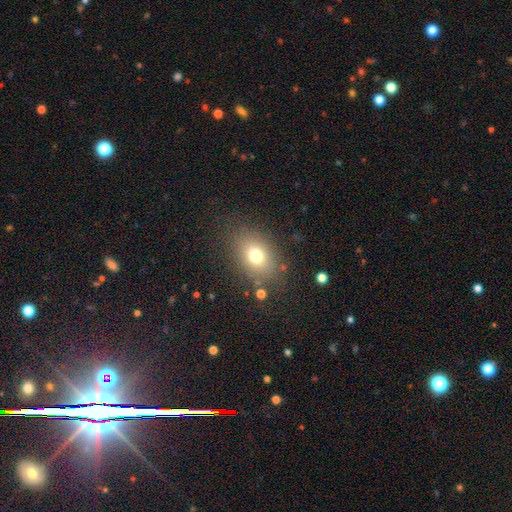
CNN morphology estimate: This is likely a smooth galaxy (73%). How rounded: likely in between (70%). Merging: likely none (79%).